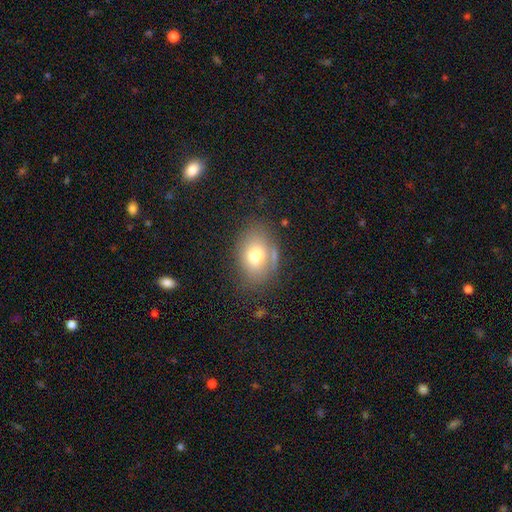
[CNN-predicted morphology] smooth-or-featured: smooth: 71% | featured or disk: 18% | star or artifact: 11%
  how-rounded: in between: 74% | round: 24% | cigar-shaped: 1%
  merging: none: 68% | minor disturbance: 19% | major disturbance: 8% | merger: 5%